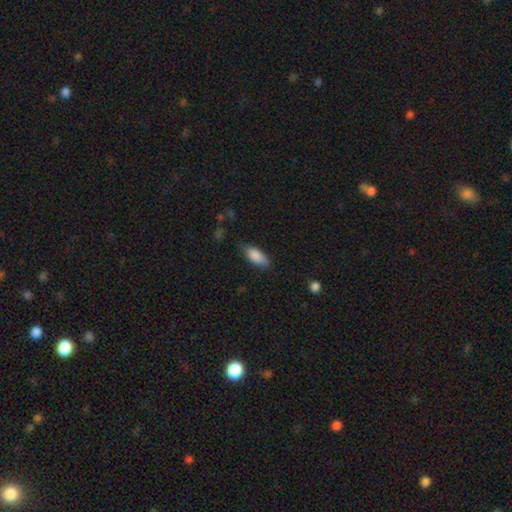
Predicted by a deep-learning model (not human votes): smooth-or-featured: smooth: 87% | featured or disk: 7% | star or artifact: 6%
  how-rounded: in between: 82% | cigar-shaped: 16% | round: 2%
  merging: none: 75% | minor disturbance: 20% | major disturbance: 4% | merger: 1%